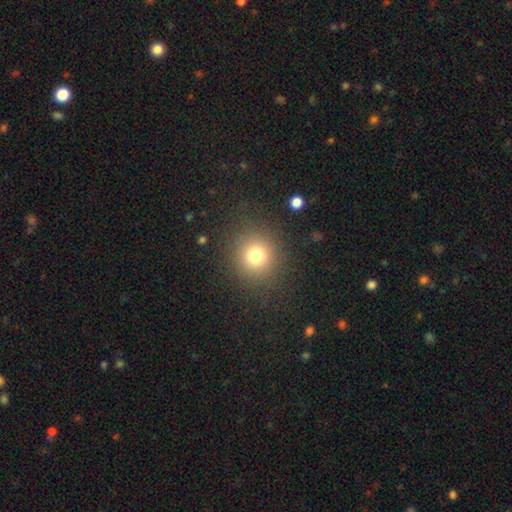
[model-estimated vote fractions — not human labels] The model was most divided on "smooth or featured": smooth: 76%, star or artifact: 15%, featured or disk: 9%. More confident: how rounded — round (91%); merging — none (86%).